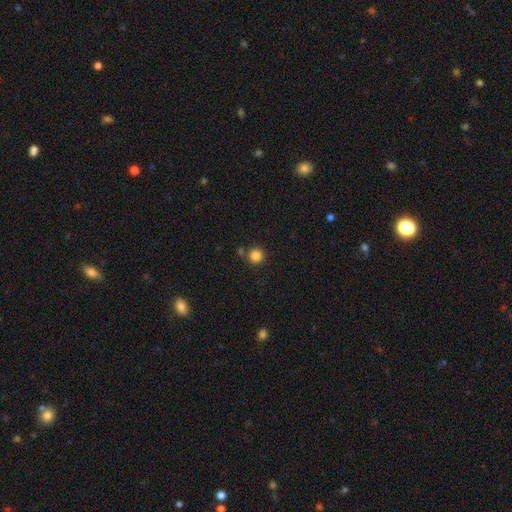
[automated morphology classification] smooth_or_featured: smooth (p=0.85) [alt: star or artifact p=0.11]
how_rounded: round (p=0.95) [alt: in between p=0.04]
merging: none (p=0.81) [alt: merger p=0.09]